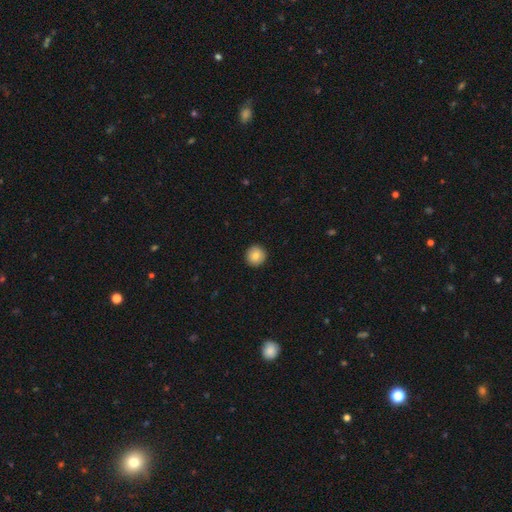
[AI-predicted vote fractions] This appears to be a smooth galaxy with no disk features (82%) that is round (95%). Merging: none (93%).